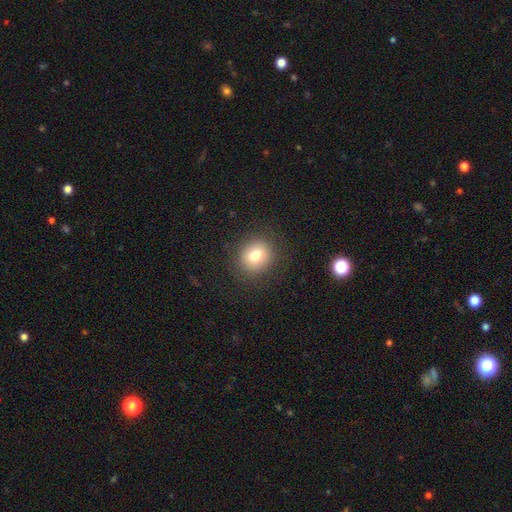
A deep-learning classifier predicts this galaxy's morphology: A smooth galaxy with no disk features (78%) that is round (79%). Merging: none (88%).